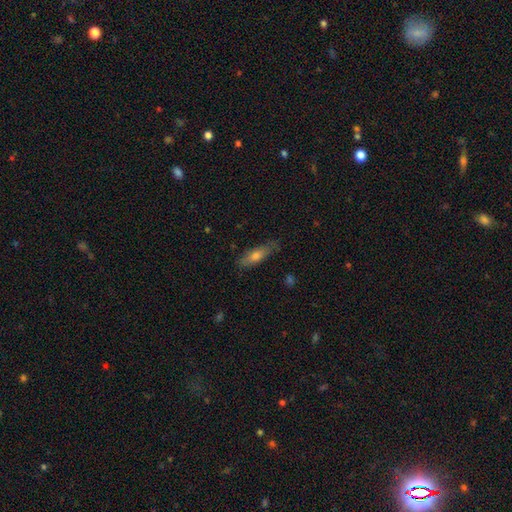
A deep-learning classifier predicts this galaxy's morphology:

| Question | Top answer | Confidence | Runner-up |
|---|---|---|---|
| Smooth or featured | smooth | 60% | featured or disk (32%) |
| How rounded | cigar-shaped | 58% | in between (39%) |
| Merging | none | 78% | minor disturbance (17%) |